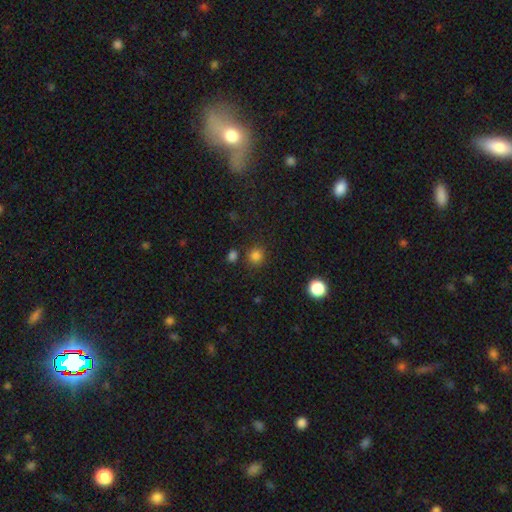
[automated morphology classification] A smooth galaxy with no disk features (81%) that is round (89%).

Vote fractions:
- Smooth or featured? smooth: 81% / star or artifact: 15% / featured or disk: 4%
- How rounded? round: 89% / in between: 10% / cigar-shaped: 1%
- Merging? none: 82% / minor disturbance: 9% / merger: 6% / major disturbance: 3%